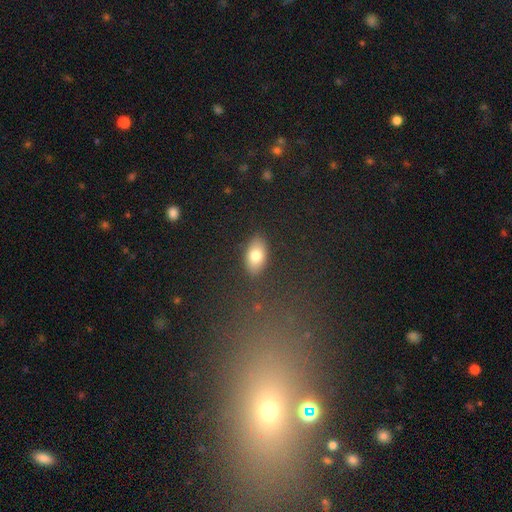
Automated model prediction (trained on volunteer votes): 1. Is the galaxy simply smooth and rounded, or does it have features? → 78% smooth, 13% featured or disk, 9% star or artifact.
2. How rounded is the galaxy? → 91% in between, 7% round, 3% cigar-shaped.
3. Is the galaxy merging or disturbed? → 87% none, 9% minor disturbance, 3% major disturbance, 2% merger.